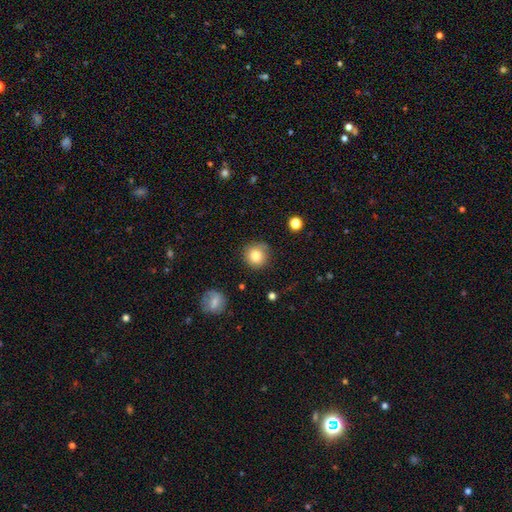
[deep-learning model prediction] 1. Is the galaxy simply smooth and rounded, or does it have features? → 81% smooth, 10% star or artifact, 8% featured or disk.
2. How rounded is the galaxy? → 93% round, 6% in between, 1% cigar-shaped.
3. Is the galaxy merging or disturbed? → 81% none, 13% minor disturbance, 3% major disturbance, 3% merger.